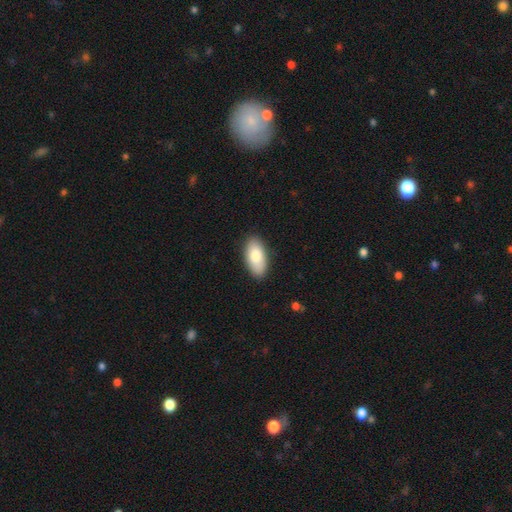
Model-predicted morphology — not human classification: Q: Smooth or featured?
A: smooth (79%); runner-up: featured or disk (15%)
Q: How rounded?
A: in between (93%); runner-up: cigar-shaped (4%)
Q: Merging?
A: none (87%); runner-up: minor disturbance (10%)